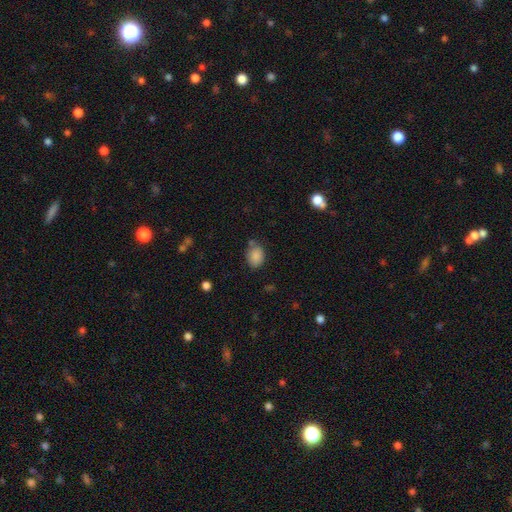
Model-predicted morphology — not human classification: Smooth or featured: smooth — 86% (star or artifact — 9%)
How rounded: in between — 65% (round — 34%)
Merging: none — 69% (minor disturbance — 19%)